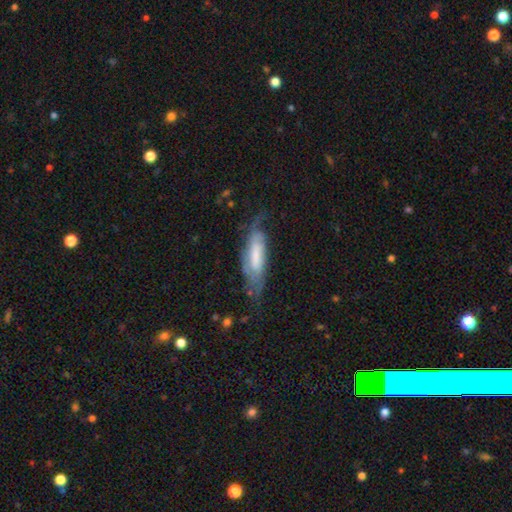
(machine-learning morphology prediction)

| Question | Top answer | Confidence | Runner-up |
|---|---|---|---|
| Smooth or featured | featured or disk | 57% | smooth (36%) |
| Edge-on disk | no | 72% | yes (28%) |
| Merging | none | 49% | minor disturbance (28%) |